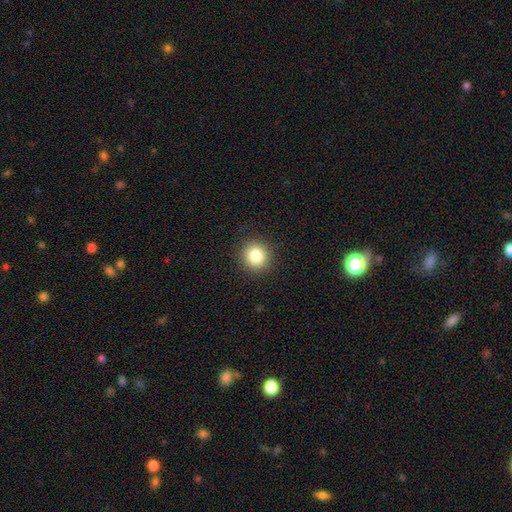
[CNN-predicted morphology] smooth 84%, star or artifact 11%, featured or disk 6%. Down the decision tree: how rounded — round (91%); merging — none (91%).